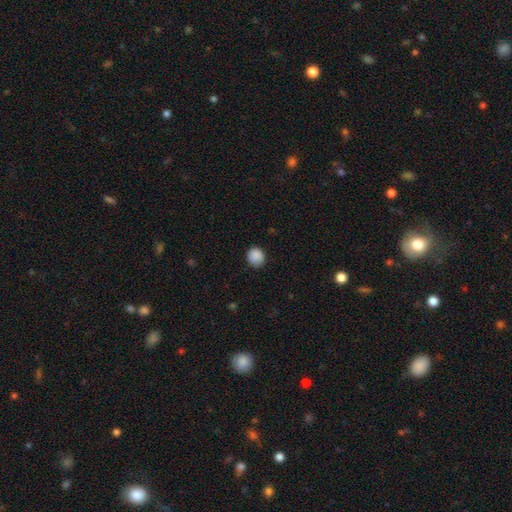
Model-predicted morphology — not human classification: Q: Smooth or featured?
A: smooth (88%); runner-up: star or artifact (9%)
Q: How rounded?
A: round (83%); runner-up: in between (16%)
Q: Merging?
A: none (82%); runner-up: minor disturbance (14%)